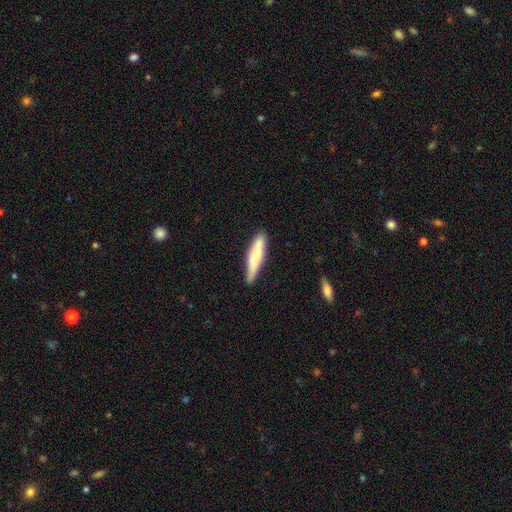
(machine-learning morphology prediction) Smooth or featured? smooth (67%)
How rounded? cigar-shaped (84%)
Merging? none (77%)